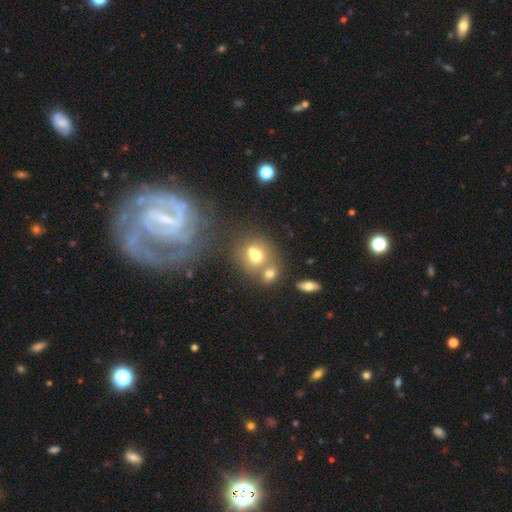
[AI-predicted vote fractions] This is likely a smooth galaxy (63%). How rounded: likely round (72%). Merging: possibly merger (48%).